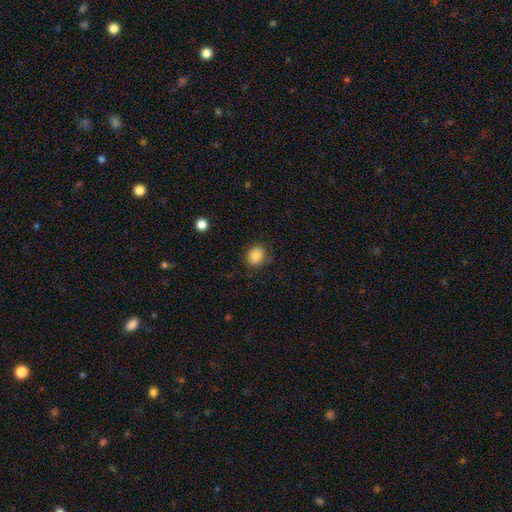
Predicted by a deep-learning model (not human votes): This appears to be a smooth galaxy with no disk features (85%) that is round (69%). Merging: none (84%).